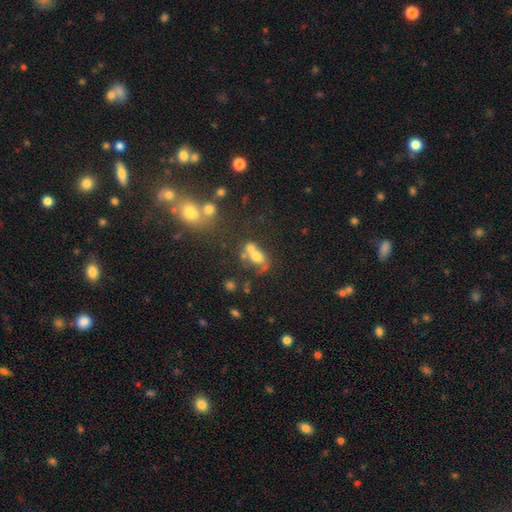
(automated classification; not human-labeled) smooth_or_featured: smooth (p=0.60) [alt: featured or disk p=0.25]
how_rounded: in between (p=0.58) [alt: round p=0.39]
merging: merger (p=0.51) [alt: none p=0.28]